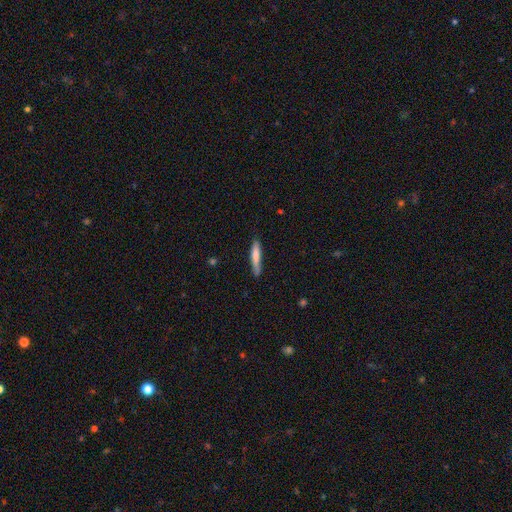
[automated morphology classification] A smooth galaxy with no disk features (74%) that is cigar-shaped (91%).

Vote fractions:
- Smooth or featured? smooth: 74% / featured or disk: 21% / star or artifact: 5%
- How rounded? cigar-shaped: 91% / in between: 8% / round: 1%
- Merging? none: 79% / minor disturbance: 17% / major disturbance: 3% / merger: 2%